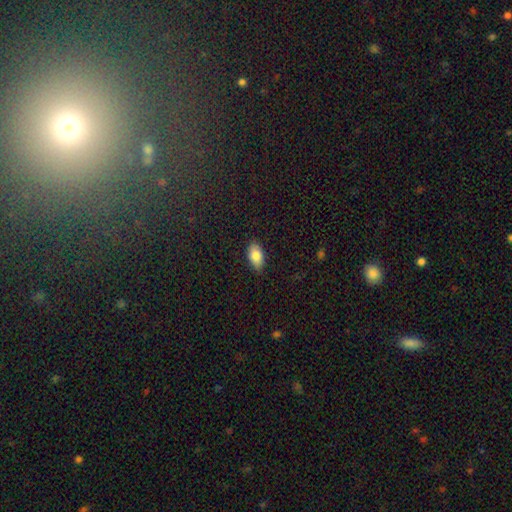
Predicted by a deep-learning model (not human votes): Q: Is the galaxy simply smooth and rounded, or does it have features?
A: smooth — 84%.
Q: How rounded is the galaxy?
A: in between — 92%.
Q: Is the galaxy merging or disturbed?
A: none — 85%.